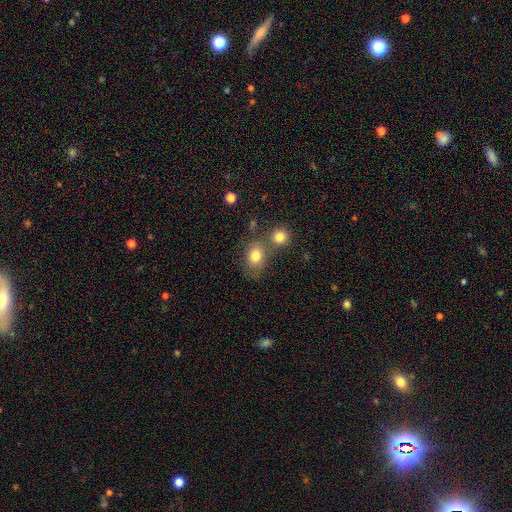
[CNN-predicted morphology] This appears to be a smooth galaxy with no disk features (79%) that is round (51%). Merging: none (54%).